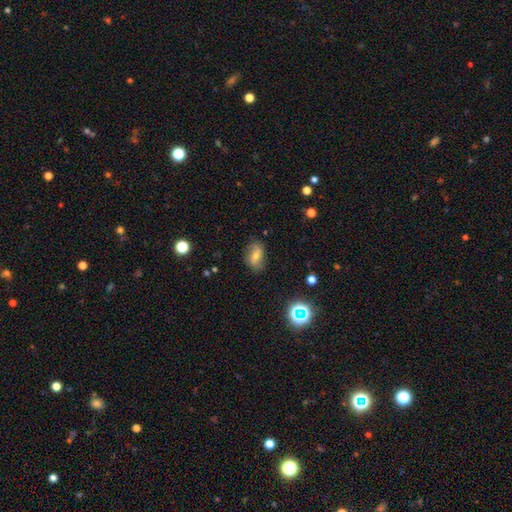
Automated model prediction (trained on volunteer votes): This appears to be a smooth galaxy with no disk features (44%). Merging: none (77%).